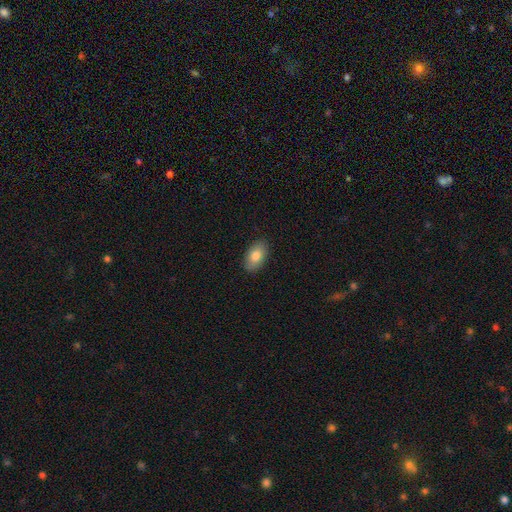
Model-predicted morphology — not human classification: type=smooth (82%); roundness=in between (93%); merging=none (88%).